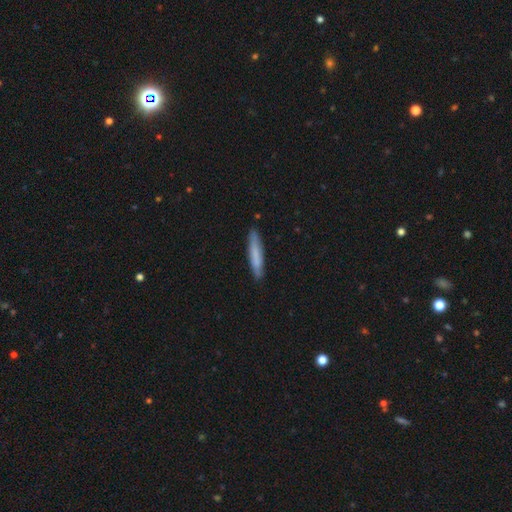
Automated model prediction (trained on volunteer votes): Overall: smooth (72%). How rounded: cigar-shaped (92%). Merging: none (86%).